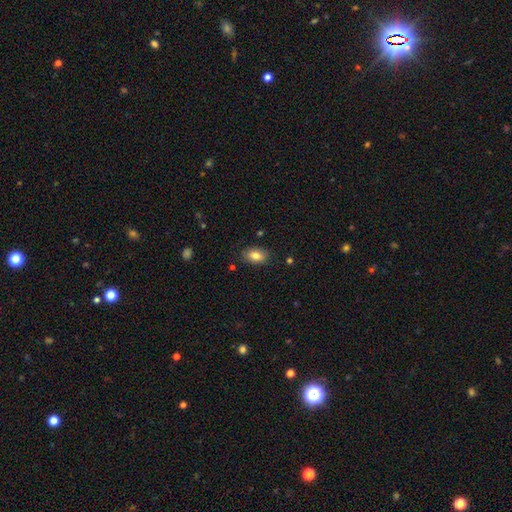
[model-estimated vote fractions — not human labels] smooth_or_featured: smooth (p=0.81) [alt: featured or disk p=0.11]
how_rounded: in between (p=0.90) [alt: round p=0.08]
merging: none (p=0.84) [alt: minor disturbance p=0.12]